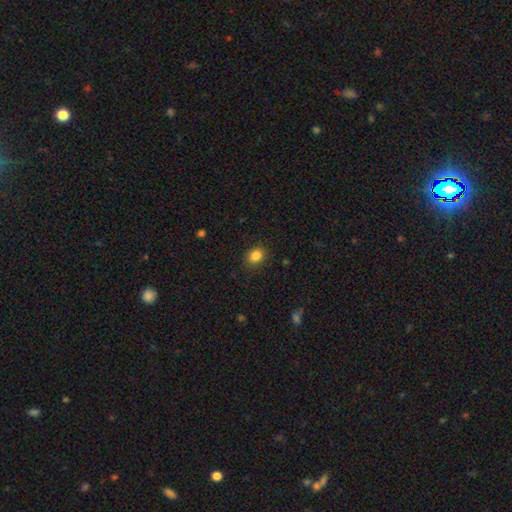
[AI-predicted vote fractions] This appears to be a smooth galaxy with no disk features (85%) that is round (51%). Merging: none (88%).